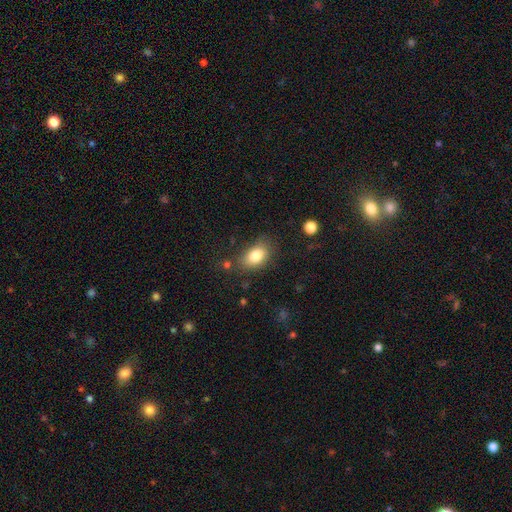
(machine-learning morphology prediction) This appears to be a smooth galaxy with no disk features (82%) that is in between round and cigar-shaped (84%). Merging: none (72%).